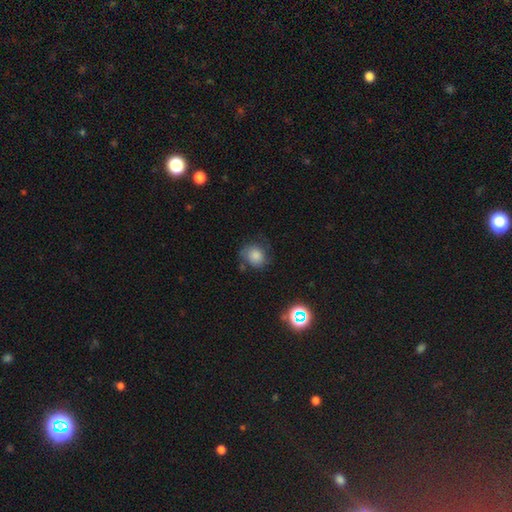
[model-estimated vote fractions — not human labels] Q: Smooth or featured?
A: smooth (76%); runner-up: featured or disk (13%)
Q: How rounded?
A: round (65%); runner-up: in between (34%)
Q: Merging?
A: none (60%); runner-up: minor disturbance (26%)